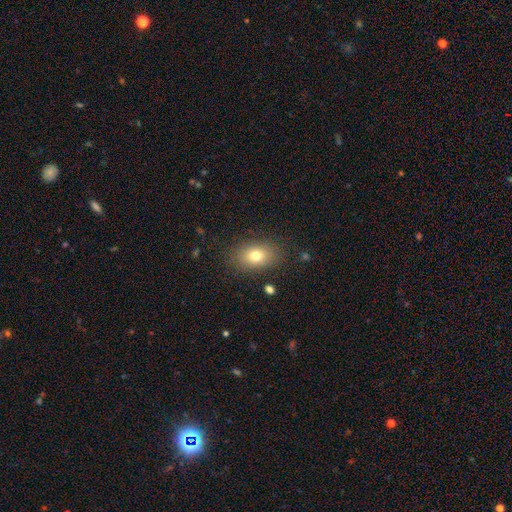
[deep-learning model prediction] smooth-or-featured: smooth: 76% | featured or disk: 13% | star or artifact: 11%
  how-rounded: in between: 77% | round: 21% | cigar-shaped: 2%
  merging: none: 84% | minor disturbance: 10% | major disturbance: 4% | merger: 1%